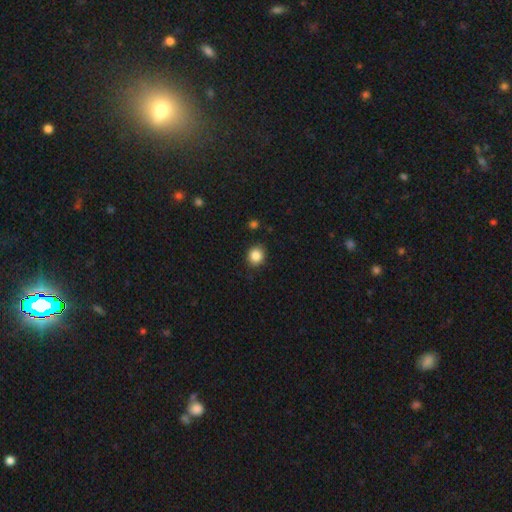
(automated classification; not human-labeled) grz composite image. It shows a smooth galaxy with no disk features (85%) that is round (79%). Merging: none (88%).